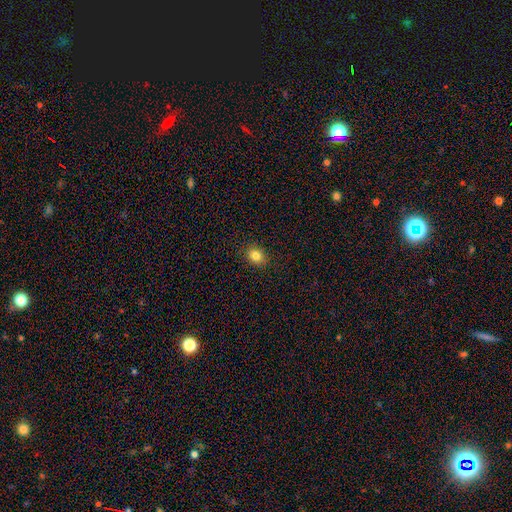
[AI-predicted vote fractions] A smooth galaxy with no disk features (83%) that is in between round and cigar-shaped (53%). Merging: none (89%).